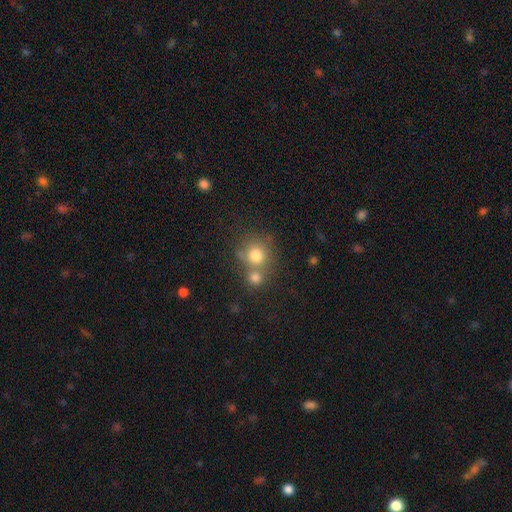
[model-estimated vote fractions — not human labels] Smooth or featured? Predicted: smooth (p=0.77). How rounded? Predicted: round (p=0.86). Merging? Predicted: none (p=0.47).